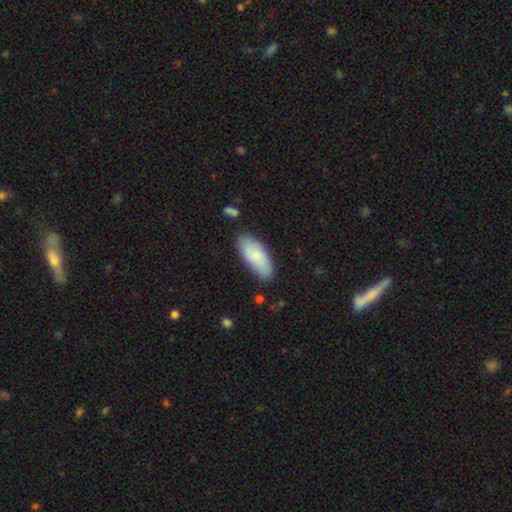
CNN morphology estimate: smooth 82%, featured or disk 12%, star or artifact 6%. Down the decision tree: how rounded — in between (81%); merging — none (80%).